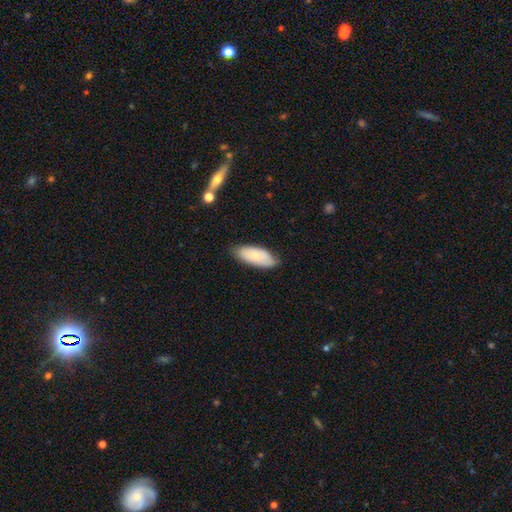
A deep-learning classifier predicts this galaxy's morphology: smooth_or_featured: smooth (p=0.76) [alt: featured or disk p=0.18]
how_rounded: in between (p=0.84) [alt: cigar-shaped p=0.14]
merging: none (p=0.76) [alt: minor disturbance p=0.20]